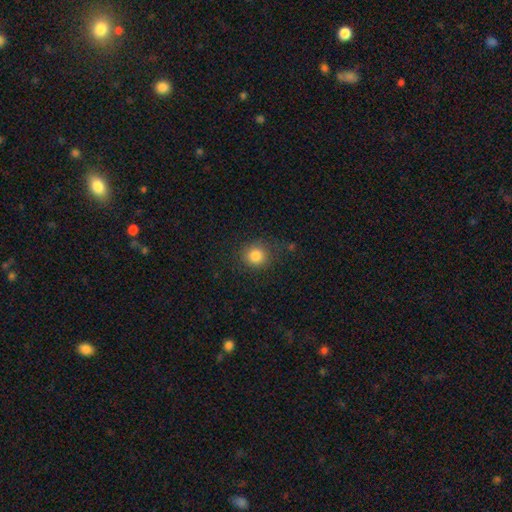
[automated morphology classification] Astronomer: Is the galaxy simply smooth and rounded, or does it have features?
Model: smooth — 83%.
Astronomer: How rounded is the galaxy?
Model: round — 87%.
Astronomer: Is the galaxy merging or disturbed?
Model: none — 81%.